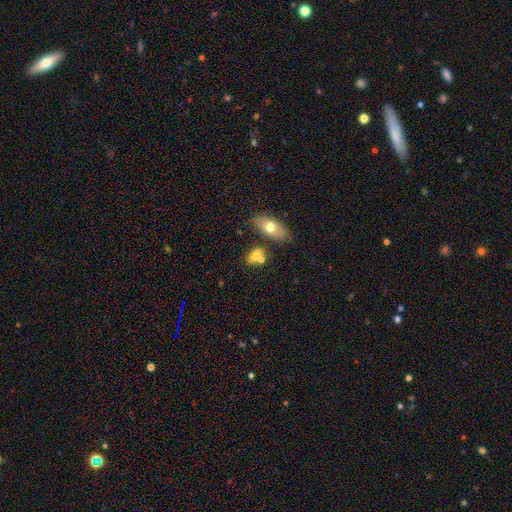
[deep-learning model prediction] Smooth or featured? smooth (69%)
How rounded? in between (72%)
Merging? none (51%)